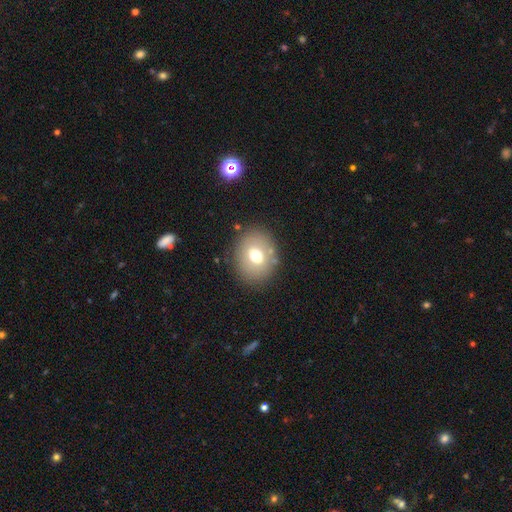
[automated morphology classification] A smooth galaxy with no disk features (67%) that is round (57%).

Vote fractions:
- Smooth or featured? smooth: 67% / featured or disk: 22% / star or artifact: 11%
- How rounded? round: 57% / in between: 42% / cigar-shaped: 1%
- Merging? none: 82% / minor disturbance: 11% / major disturbance: 4% / merger: 3%